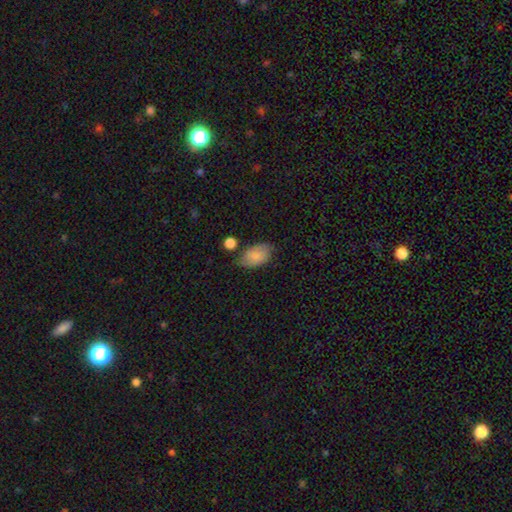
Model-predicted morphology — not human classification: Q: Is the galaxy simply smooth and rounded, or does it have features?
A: smooth — 79%.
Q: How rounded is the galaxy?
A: in between — 92%.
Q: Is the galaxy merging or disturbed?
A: none — 66%.